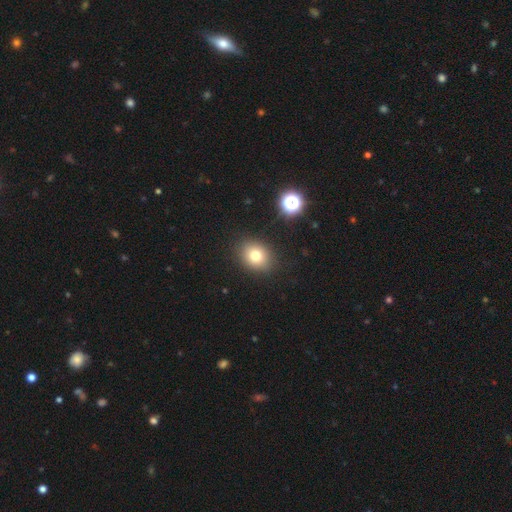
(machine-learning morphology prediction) A smooth galaxy with no disk features (76%) that is round (59%).

Vote fractions:
- Smooth or featured? smooth: 76% / star or artifact: 14% / featured or disk: 10%
- How rounded? round: 59% / in between: 40% / cigar-shaped: 1%
- Merging? none: 88% / minor disturbance: 8% / major disturbance: 3% / merger: 2%